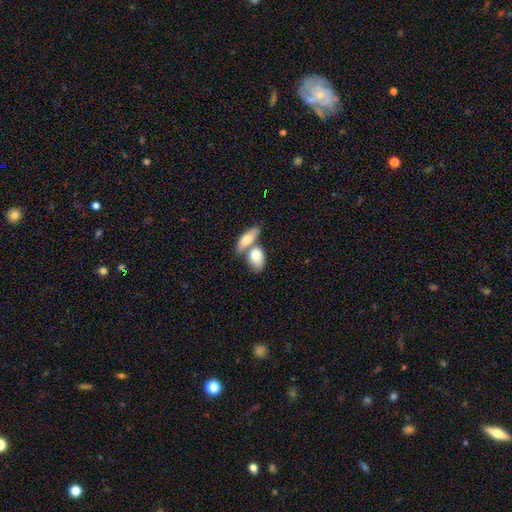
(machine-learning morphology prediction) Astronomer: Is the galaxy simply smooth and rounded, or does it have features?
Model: smooth — 77%.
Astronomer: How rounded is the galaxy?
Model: in between — 84%.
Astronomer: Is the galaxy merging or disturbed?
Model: merger — 60%.